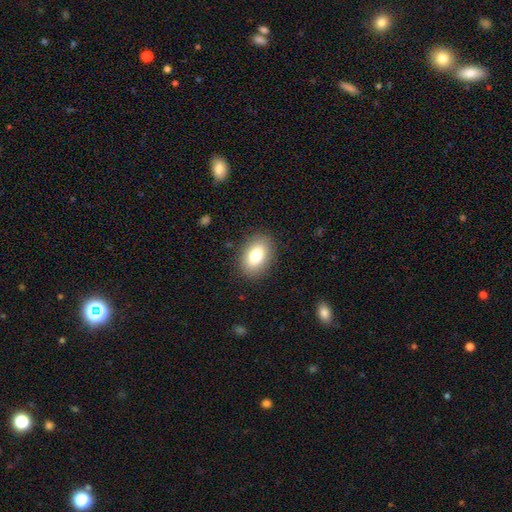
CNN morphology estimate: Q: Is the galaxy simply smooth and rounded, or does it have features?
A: smooth — 79%.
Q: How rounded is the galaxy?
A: in between — 84%.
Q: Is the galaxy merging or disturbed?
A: none — 88%.